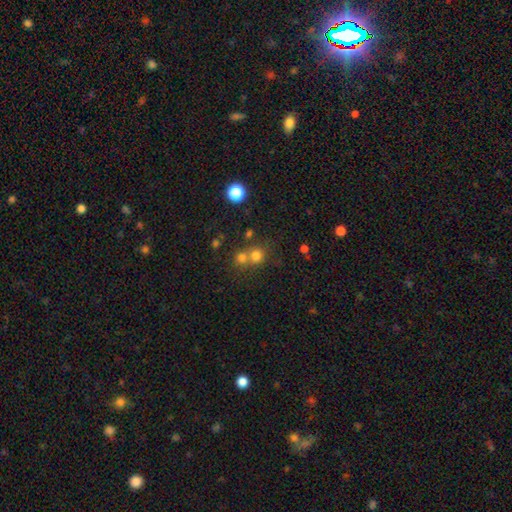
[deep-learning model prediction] The model was most divided on "merging": none: 47%, merger: 44%, minor disturbance: 6%, major disturbance: 3%. More confident: how rounded — round (87%); smooth or featured — smooth (74%).